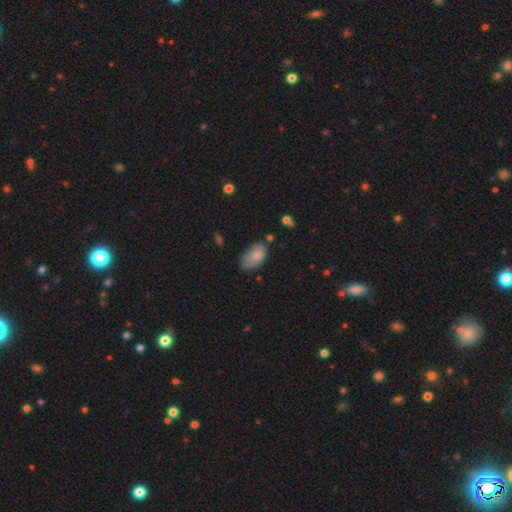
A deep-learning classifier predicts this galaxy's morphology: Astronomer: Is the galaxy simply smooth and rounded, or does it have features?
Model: smooth — 82%.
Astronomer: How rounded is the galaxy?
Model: in between — 93%.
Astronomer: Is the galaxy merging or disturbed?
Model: none — 58%.